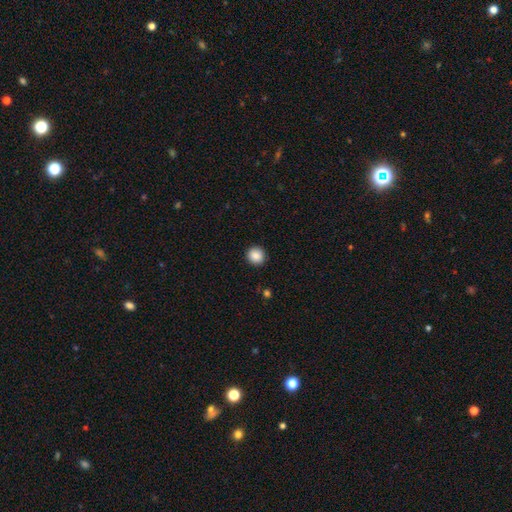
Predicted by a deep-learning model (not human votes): Overall: smooth (88%). How rounded: round (92%). Merging: none (92%).